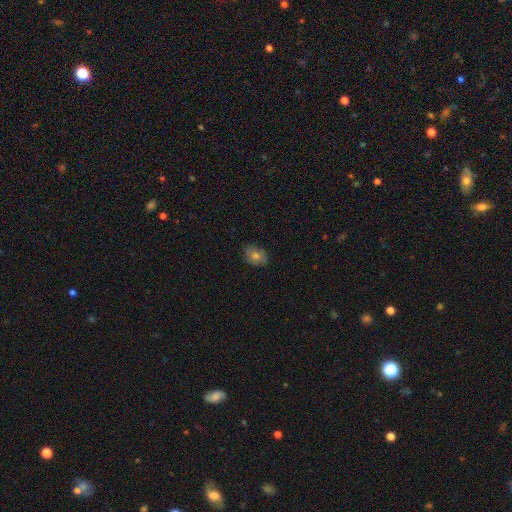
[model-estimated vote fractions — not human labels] Smooth or featured: smooth — 62% (featured or disk — 25%)
How rounded: in between — 67% (round — 32%)
Merging: none — 82% (minor disturbance — 14%)